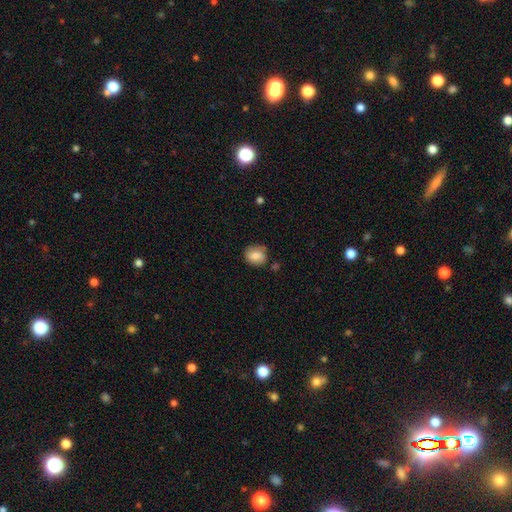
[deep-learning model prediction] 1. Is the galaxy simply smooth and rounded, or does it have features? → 81% smooth, 11% featured or disk, 8% star or artifact.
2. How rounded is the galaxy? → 67% round, 32% in between, 1% cigar-shaped.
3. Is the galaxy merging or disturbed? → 71% none, 20% minor disturbance, 5% merger, 4% major disturbance.